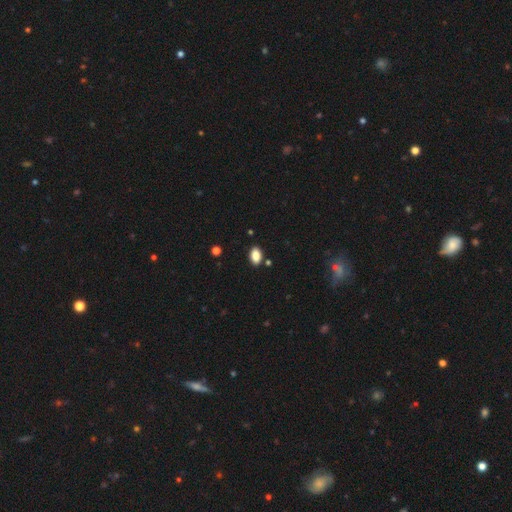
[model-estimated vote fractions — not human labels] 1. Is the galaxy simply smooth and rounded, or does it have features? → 88% smooth, 9% star or artifact, 4% featured or disk.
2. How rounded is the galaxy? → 90% in between, 9% round, 2% cigar-shaped.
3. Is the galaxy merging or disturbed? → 87% none, 9% minor disturbance, 2% merger, 2% major disturbance.